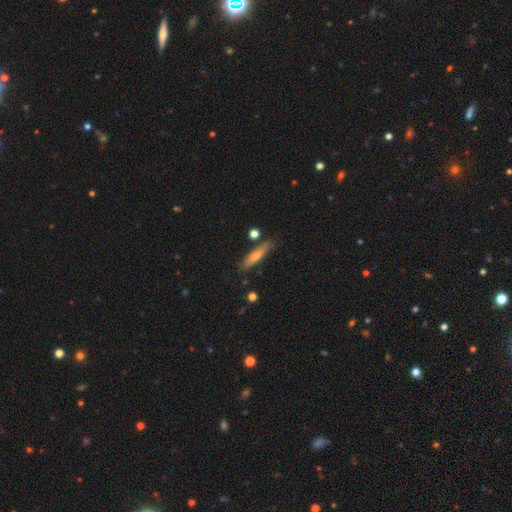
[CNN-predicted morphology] This appears to be a smooth galaxy with no disk features (56%) that is cigar-shaped (87%). Merging: none (83%).